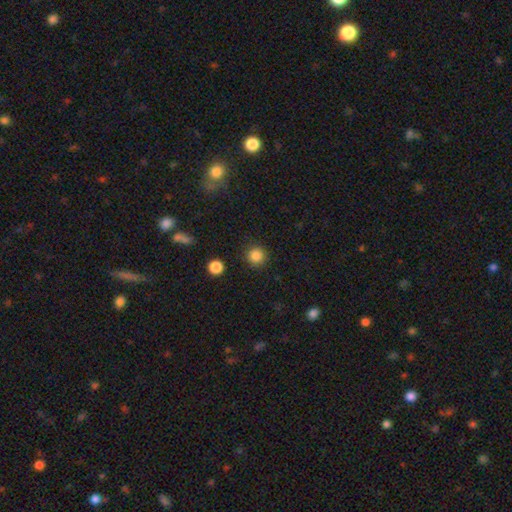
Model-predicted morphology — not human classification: Q: Smooth or featured?
A: smooth (85%); runner-up: star or artifact (12%)
Q: How rounded?
A: round (94%); runner-up: in between (5%)
Q: Merging?
A: none (90%); runner-up: minor disturbance (6%)